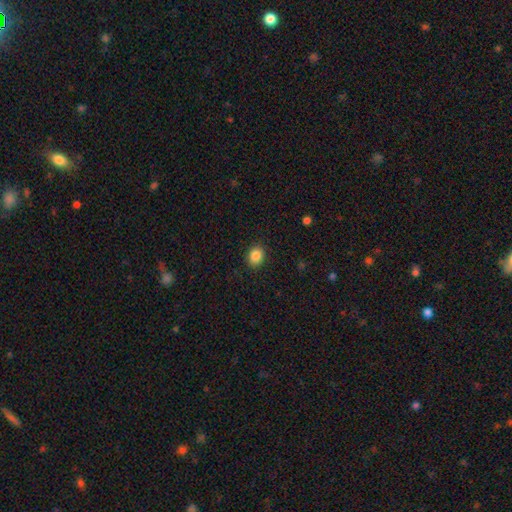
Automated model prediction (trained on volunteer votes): A smooth galaxy with no disk features (87%) that is in between round and cigar-shaped (52%).

Vote fractions:
- Smooth or featured? smooth: 87% / star or artifact: 9% / featured or disk: 4%
- How rounded? in between: 52% / round: 47% / cigar-shaped: 1%
- Merging? none: 89% / minor disturbance: 7% / major disturbance: 2% / merger: 1%